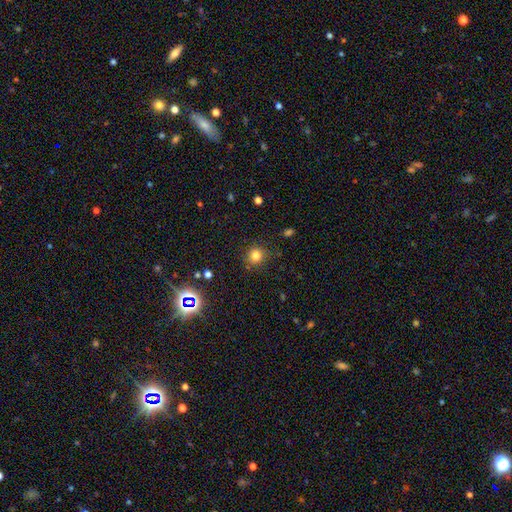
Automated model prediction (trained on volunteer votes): Smooth or featured: smooth — 79% (star or artifact — 15%)
How rounded: round — 89% (in between — 10%)
Merging: none — 83% (minor disturbance — 11%)